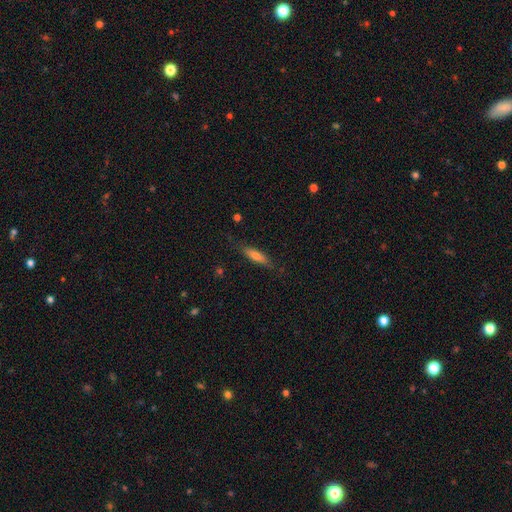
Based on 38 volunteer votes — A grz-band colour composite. It shows a smooth galaxy with no disk features (55%) that is cigar-shaped (71%). Merging: none (74%).